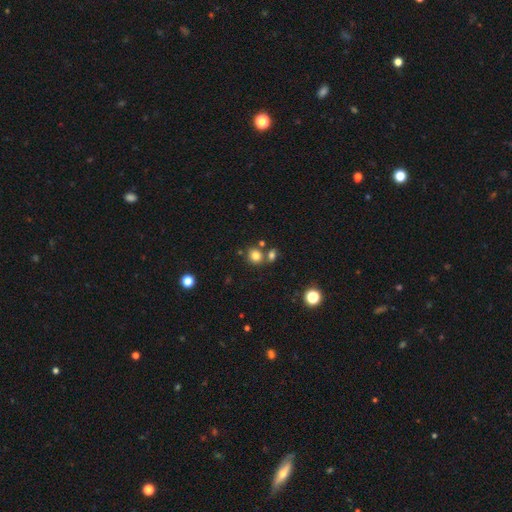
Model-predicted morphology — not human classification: smooth-or-featured: smooth: 80% | star or artifact: 13% | featured or disk: 7%
  how-rounded: round: 77% | in between: 22% | cigar-shaped: 1%
  merging: none: 66% | merger: 20% | minor disturbance: 10% | major disturbance: 3%